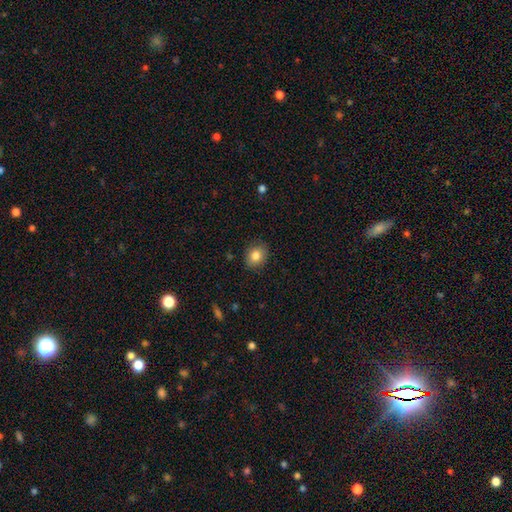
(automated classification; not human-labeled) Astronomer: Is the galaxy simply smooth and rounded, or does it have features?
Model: smooth — 82%.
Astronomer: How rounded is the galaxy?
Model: round — 54% (runner-up: in between, 45%).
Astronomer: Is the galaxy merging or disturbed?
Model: none — 87%.